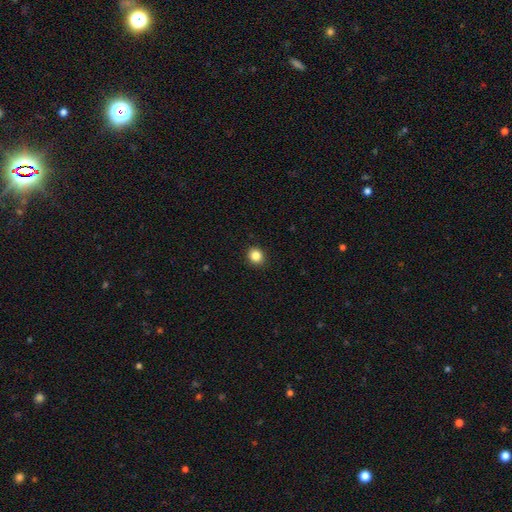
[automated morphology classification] smooth 85%, star or artifact 10%, featured or disk 4%. Down the decision tree: how rounded — round (82%); merging — none (92%).